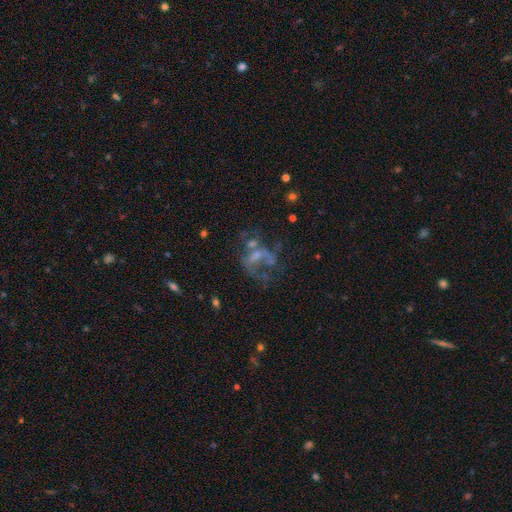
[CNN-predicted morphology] Smooth or featured? Predicted: featured or disk (p=0.59). Edge-on disk? Predicted: no (p=0.97). Bar? Predicted: no (p=0.70). Spiral arms? Predicted: no (p=0.64). Bulge size? Predicted: none (p=0.38). Merging? Predicted: major disturbance (p=0.38).